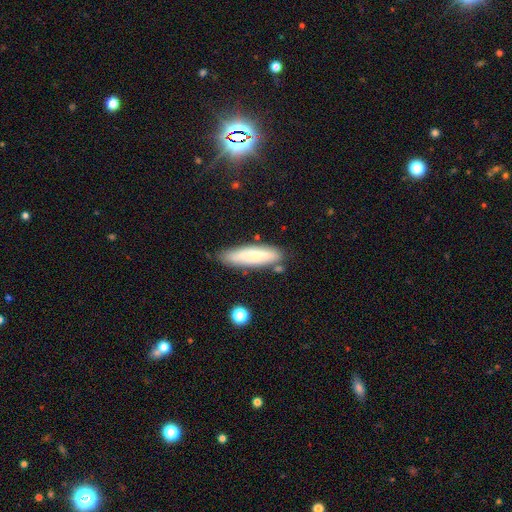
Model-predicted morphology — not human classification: A smooth galaxy with no disk features (64%) that is cigar-shaped (61%). Merging: none (75%).